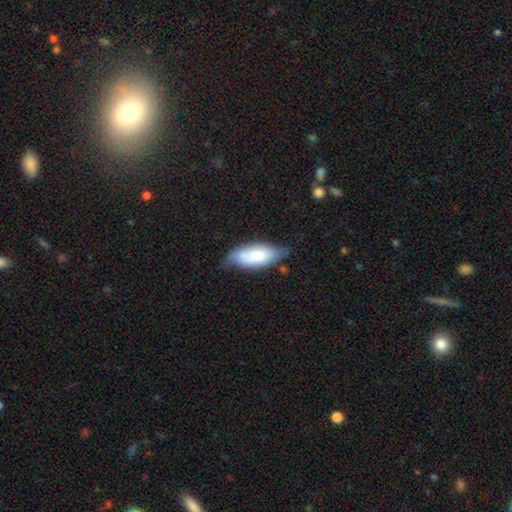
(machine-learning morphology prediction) type=smooth (75%); roundness=in between (84%); merging=none (56%).